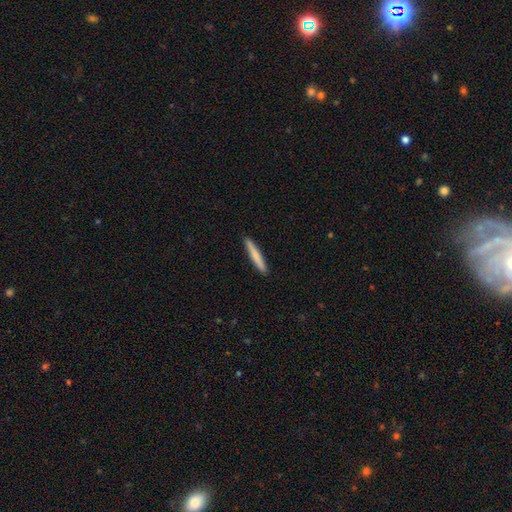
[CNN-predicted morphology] Smooth or featured: smooth — 77% (featured or disk — 17%)
How rounded: cigar-shaped — 96% (in between — 3%)
Merging: none — 92% (minor disturbance — 6%)